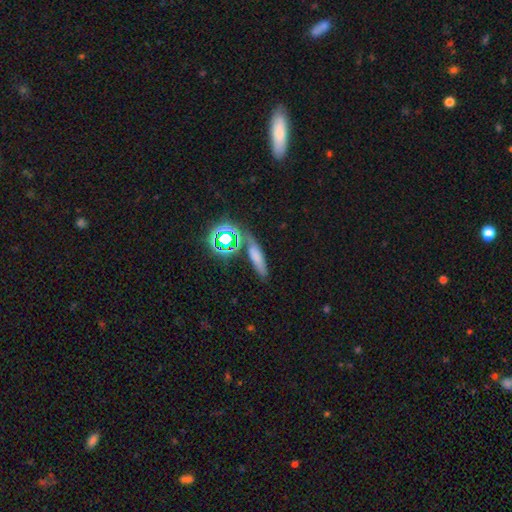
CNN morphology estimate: This is likely a smooth galaxy (63%). How rounded: likely cigar-shaped (60%). Merging: likely none (69%).